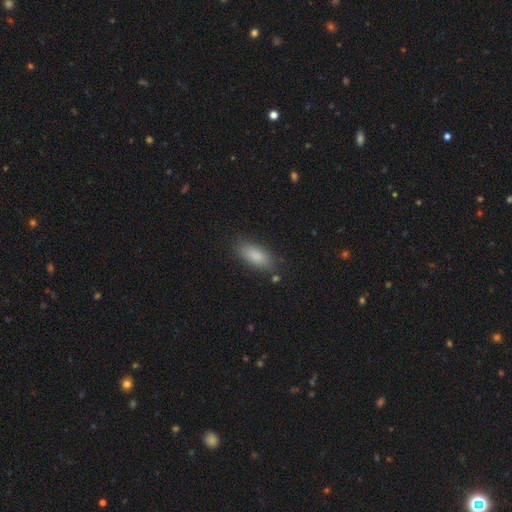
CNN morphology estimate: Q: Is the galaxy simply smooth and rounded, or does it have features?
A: smooth — 86%.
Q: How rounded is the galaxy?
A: in between — 82%.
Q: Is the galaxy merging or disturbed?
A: none — 81%.